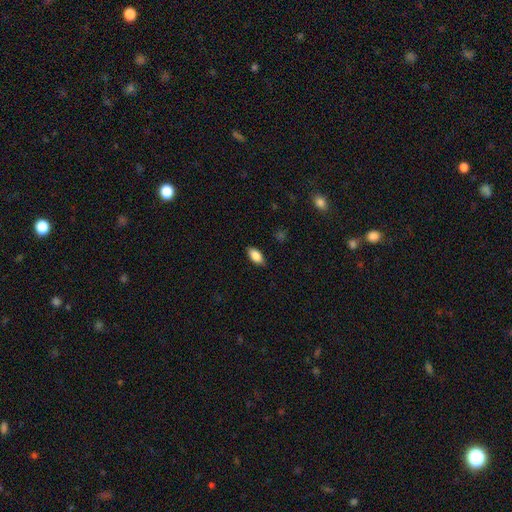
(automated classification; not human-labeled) smooth-or-featured: smooth: 85% | featured or disk: 8% | star or artifact: 7%
  how-rounded: in between: 90% | cigar-shaped: 6% | round: 3%
  merging: none: 86% | minor disturbance: 11% | major disturbance: 2% | merger: 1%